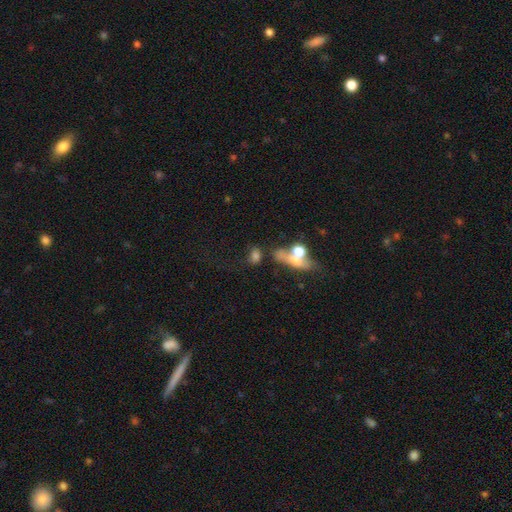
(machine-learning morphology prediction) Smooth or featured: smooth — 65% (featured or disk — 18%)
How rounded: in between — 60% (round — 31%)
Merging: none — 41% (merger — 28%)